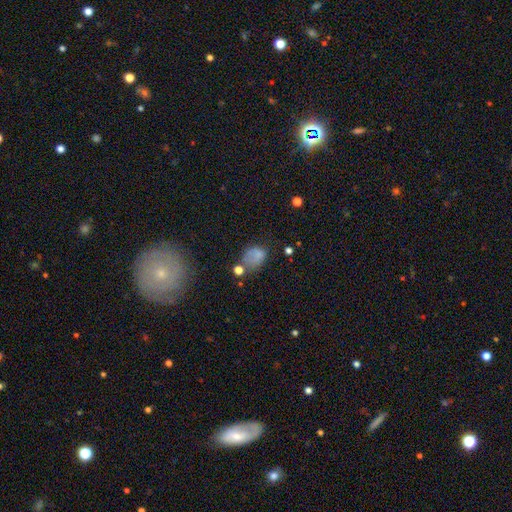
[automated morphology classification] smooth_or_featured: smooth (p=0.71) [alt: star or artifact p=0.16]
how_rounded: in between (p=0.65) [alt: round p=0.34]
merging: none (p=0.40) [alt: minor disturbance p=0.27]